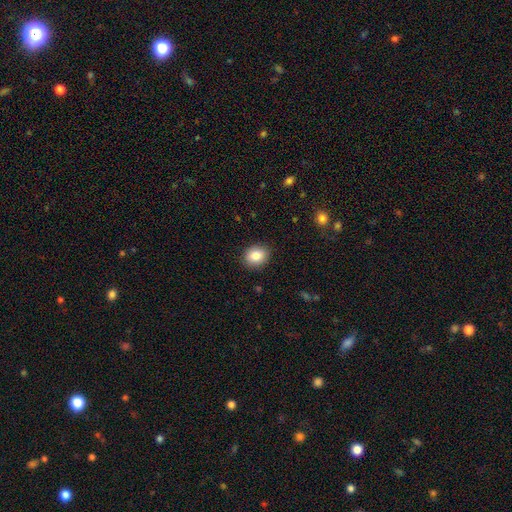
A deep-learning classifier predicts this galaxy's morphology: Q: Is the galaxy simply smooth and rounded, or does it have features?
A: smooth — 84%.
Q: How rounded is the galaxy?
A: round — 57%.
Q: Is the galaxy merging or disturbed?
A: none — 89%.